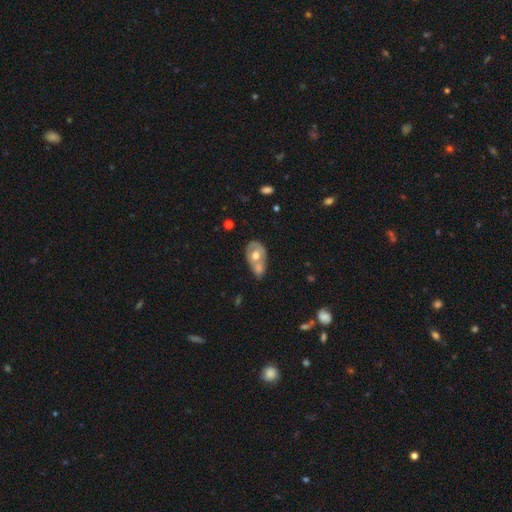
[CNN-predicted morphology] smooth 51%, featured or disk 43%, star or artifact 7%. Down the decision tree: how rounded — in between (75%); merging — merger (64%).